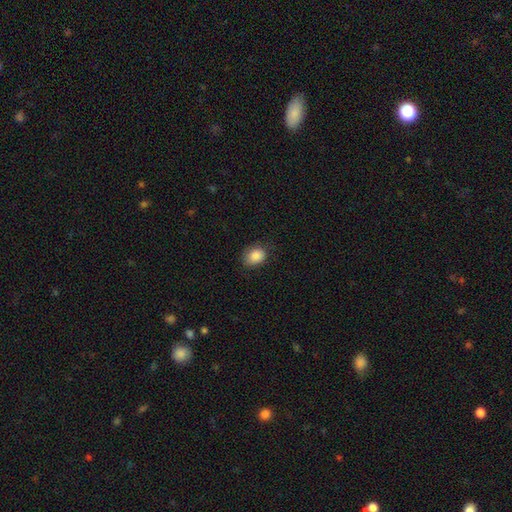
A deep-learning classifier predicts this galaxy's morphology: Smooth or featured: smooth — 87% (star or artifact — 8%)
How rounded: in between — 57% (round — 42%)
Merging: none — 75% (minor disturbance — 20%)